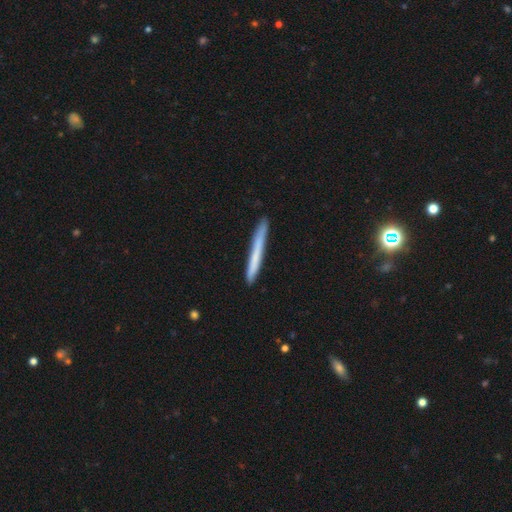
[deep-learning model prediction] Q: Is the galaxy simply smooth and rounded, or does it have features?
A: smooth — 66%.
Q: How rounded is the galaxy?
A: cigar-shaped — 97%.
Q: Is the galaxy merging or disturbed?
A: none — 89%.